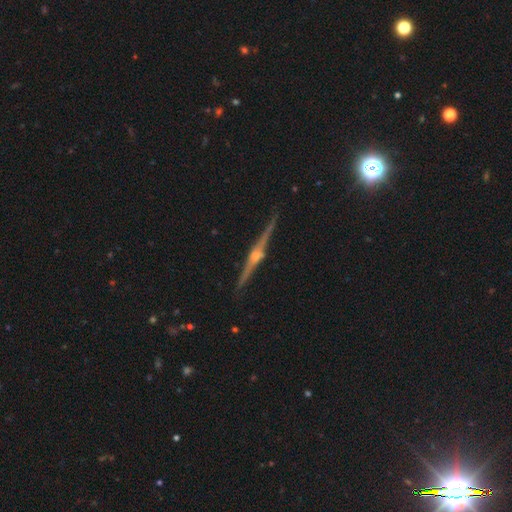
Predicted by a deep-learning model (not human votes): Smooth or featured?
  - featured or disk: 89% *
  - star or artifact: 5%
  - smooth: 5%
Edge-on disk?
  - yes: 98% *
  - no: 2%
Edge-on bulge?
  - rounded: 91% *
  - boxy: 6%
  - none: 4%
Merging?
  - none: 91% *
  - minor disturbance: 6%
  - major disturbance: 1%
  - merger: 1%